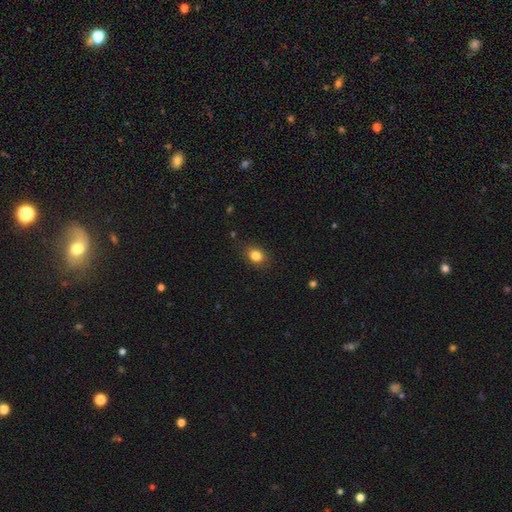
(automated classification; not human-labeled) Morphology: type=smooth (84%); roundness=in between (50%); merging=none (84%).